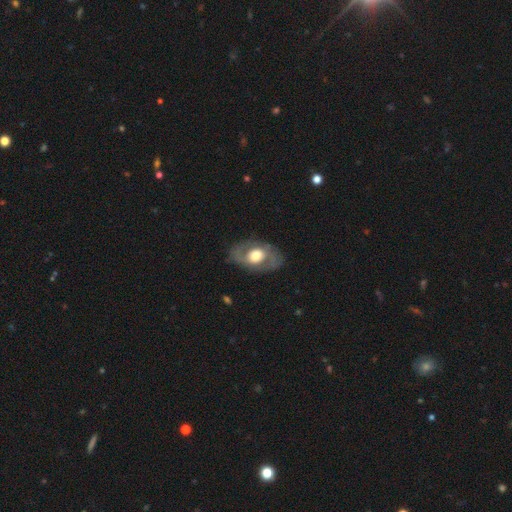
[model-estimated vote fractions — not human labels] smooth-or-featured: featured or disk: 64% | smooth: 31% | star or artifact: 5%
  disk-edge-on: no: 93% | yes: 7%
    bar: no: 70% | weak: 22% | strong: 7%
    has-spiral-arms: yes: 55% | no: 45%
    bulge-size: moderate: 48% | large: 44% | small: 4% | dominant: 4% | none: 1%
  merging: none: 77% | minor disturbance: 14% | major disturbance: 7% | merger: 1%